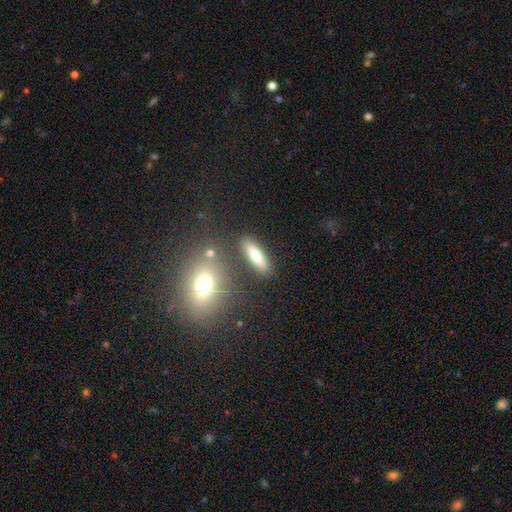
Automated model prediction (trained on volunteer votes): A smooth galaxy with no disk features (72%) that is cigar-shaped (57%). Merging: none (83%).